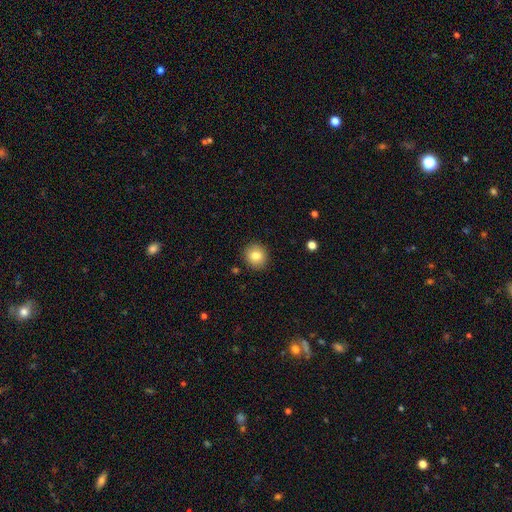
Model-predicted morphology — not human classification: This appears to be a smooth galaxy with no disk features (82%) that is round (84%). Merging: none (91%).